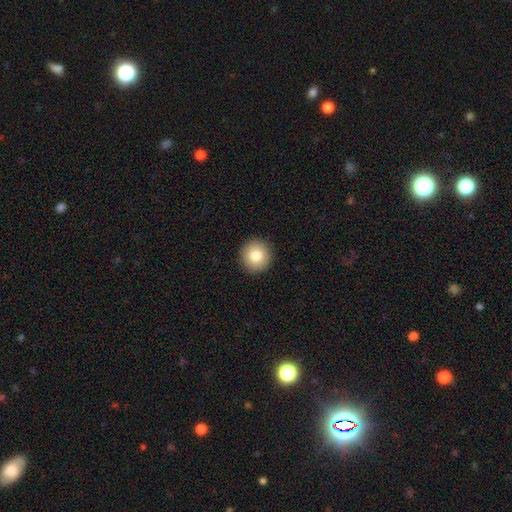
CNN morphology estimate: Smooth or featured: smooth — 82% (star or artifact — 9%)
How rounded: round — 93% (in between — 6%)
Merging: none — 93% (minor disturbance — 5%)